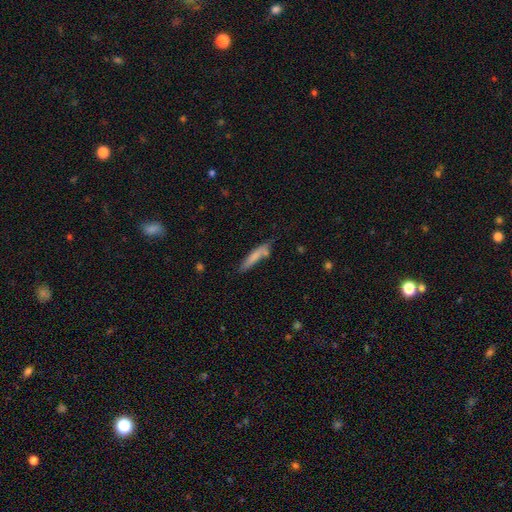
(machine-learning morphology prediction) type=smooth (74%); roundness=cigar-shaped (86%); merging=none (67%).